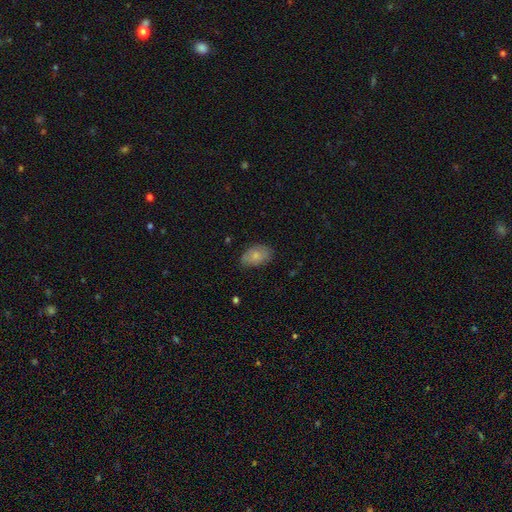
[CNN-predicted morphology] This is likely a smooth galaxy (78%). How rounded: clearly in between (89%). Merging: likely none (73%).